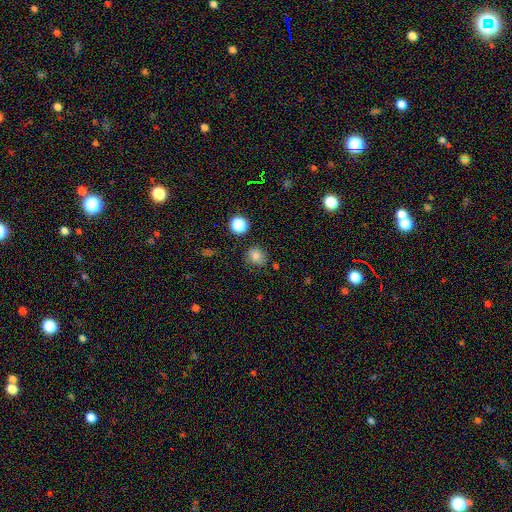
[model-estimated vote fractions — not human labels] A smooth galaxy with no disk features (79%) that is round (82%). Merging: none (79%).